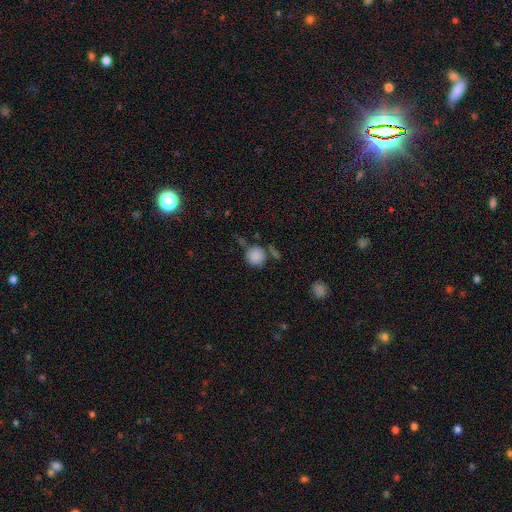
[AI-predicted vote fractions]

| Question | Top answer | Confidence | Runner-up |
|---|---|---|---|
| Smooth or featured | smooth | 85% | star or artifact (10%) |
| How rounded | round | 92% | in between (7%) |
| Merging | none | 68% | minor disturbance (15%) |